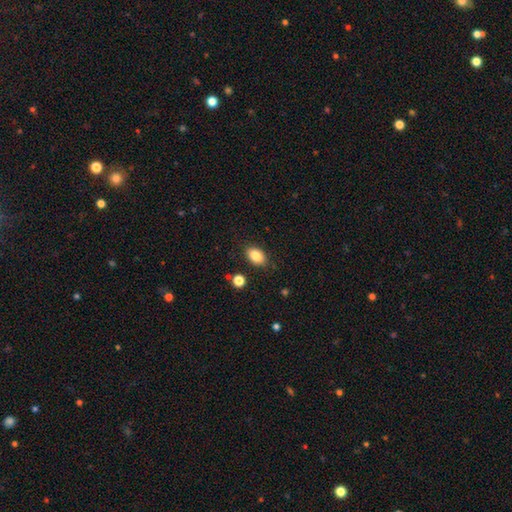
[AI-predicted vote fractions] Smooth or featured? smooth (84%)
How rounded? in between (86%)
Merging? none (86%)